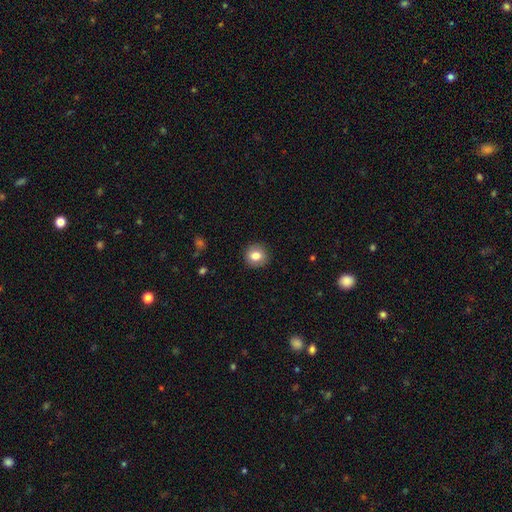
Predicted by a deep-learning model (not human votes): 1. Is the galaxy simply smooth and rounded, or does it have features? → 81% smooth, 9% featured or disk, 9% star or artifact.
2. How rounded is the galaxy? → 85% round, 14% in between, 1% cigar-shaped.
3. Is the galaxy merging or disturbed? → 89% none, 8% minor disturbance, 2% major disturbance, 1% merger.